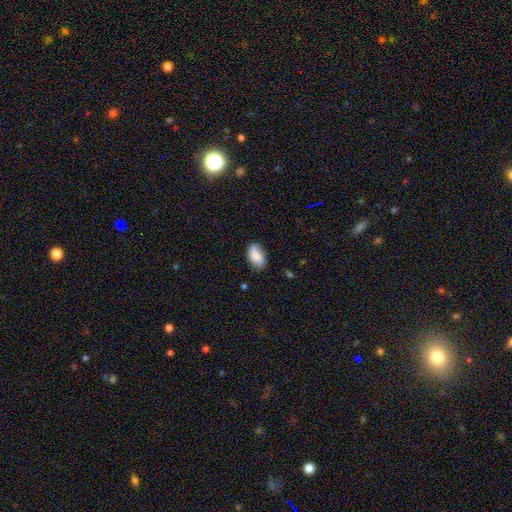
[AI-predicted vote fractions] Smooth or featured? Predicted: smooth (p=0.74). How rounded? Predicted: in between (p=0.92). Merging? Predicted: none (p=0.71).